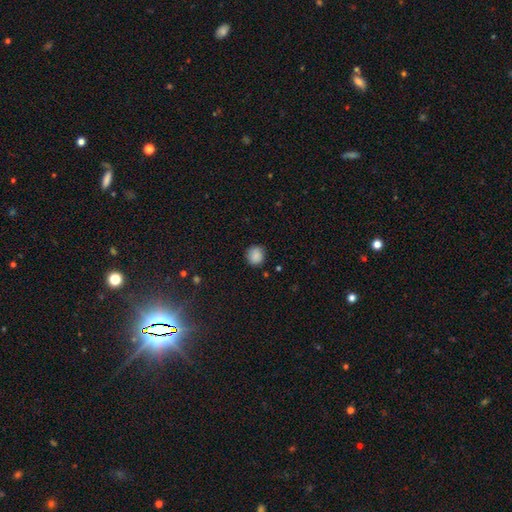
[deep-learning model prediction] Smooth or featured? smooth (87%)
How rounded? round (91%)
Merging? none (87%)